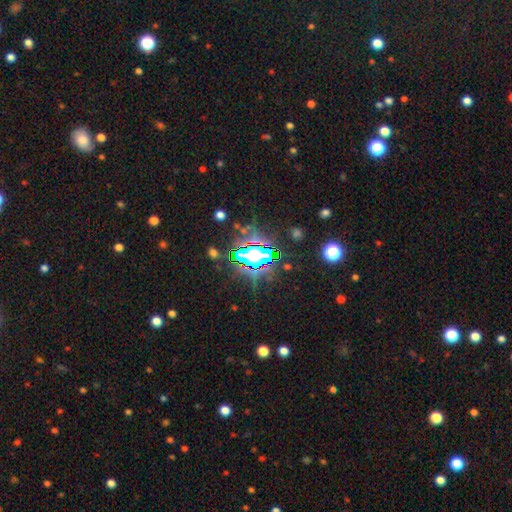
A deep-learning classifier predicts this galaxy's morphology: Smooth or featured? star or artifact (81%)